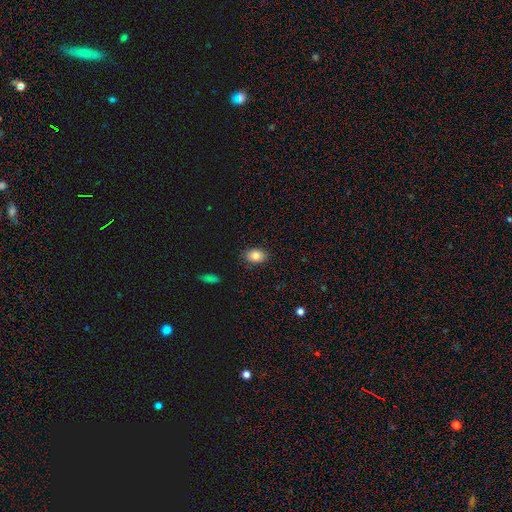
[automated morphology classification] Overall: smooth (83%). How rounded: in between (70%). Merging: none (86%).